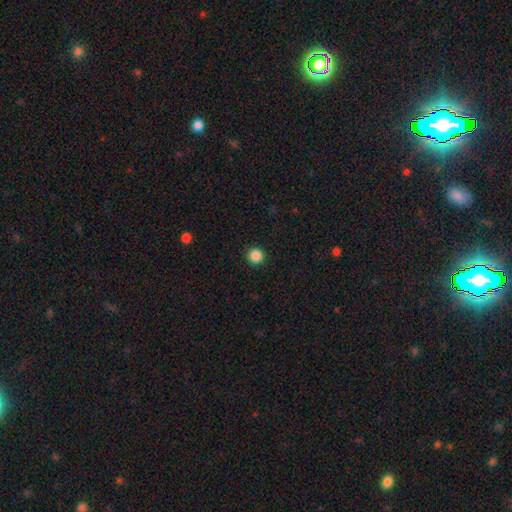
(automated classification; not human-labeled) Smooth or featured: smooth — 87% (star or artifact — 11%)
How rounded: round — 95% (in between — 4%)
Merging: none — 93% (minor disturbance — 5%)